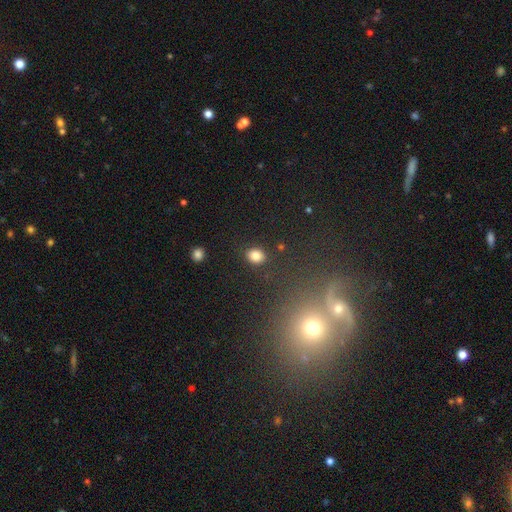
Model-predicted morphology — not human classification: smooth_or_featured: smooth (p=0.83) [alt: star or artifact p=0.11]
how_rounded: round (p=0.55) [alt: in between p=0.44]
merging: none (p=0.87) [alt: minor disturbance p=0.08]